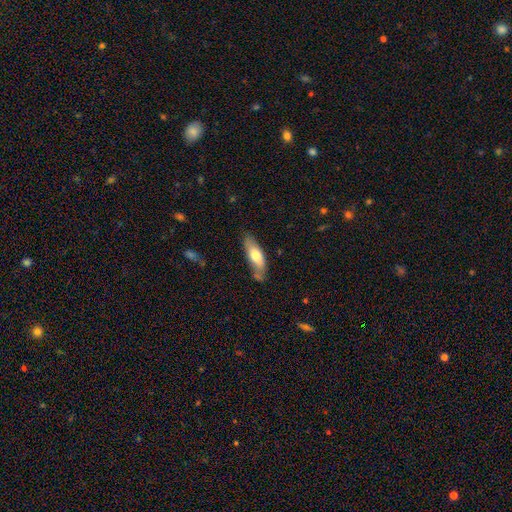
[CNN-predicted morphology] Q: Smooth or featured?
A: smooth (66%); runner-up: featured or disk (29%)
Q: How rounded?
A: in between (57%); runner-up: cigar-shaped (41%)
Q: Merging?
A: none (69%); runner-up: minor disturbance (22%)